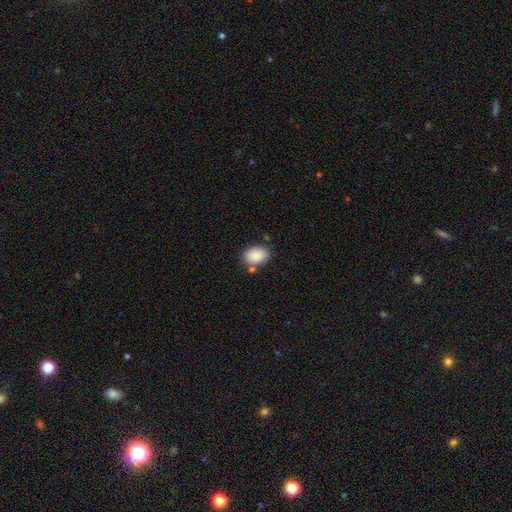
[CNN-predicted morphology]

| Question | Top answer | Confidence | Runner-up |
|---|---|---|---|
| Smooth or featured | smooth | 87% | star or artifact (7%) |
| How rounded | in between | 86% | round (13%) |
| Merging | none | 72% | minor disturbance (15%) |